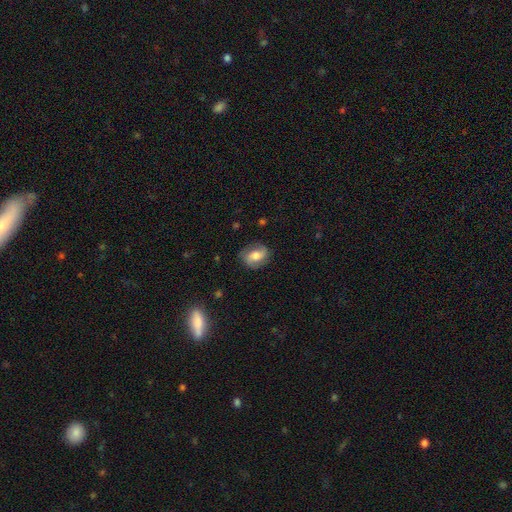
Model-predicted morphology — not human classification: This is possibly a smooth galaxy (48%). Merging: likely none (75%).